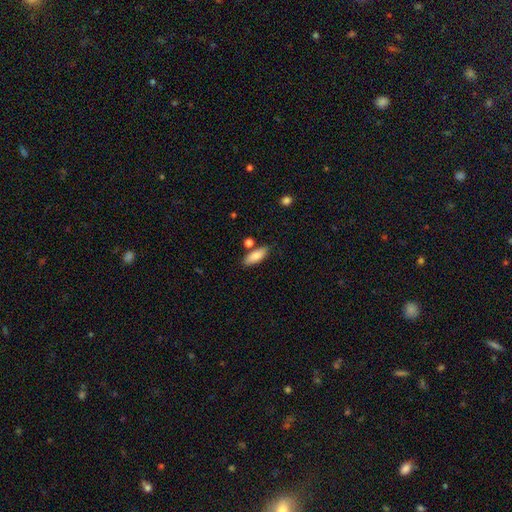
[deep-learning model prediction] Smooth or featured?
  - smooth: 83% *
  - featured or disk: 11%
  - star or artifact: 6%
How rounded?
  - in between: 70% *
  - cigar-shaped: 27%
  - round: 2%
Merging?
  - none: 77% *
  - minor disturbance: 13%
  - merger: 8%
  - major disturbance: 3%